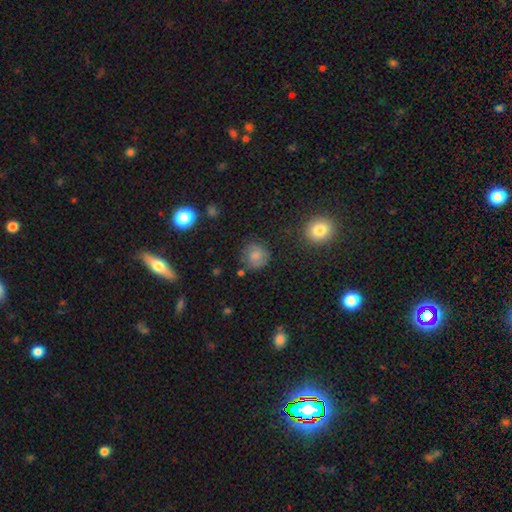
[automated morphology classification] This appears to be a smooth galaxy with no disk features (60%) that is round (86%). Merging: none (76%).